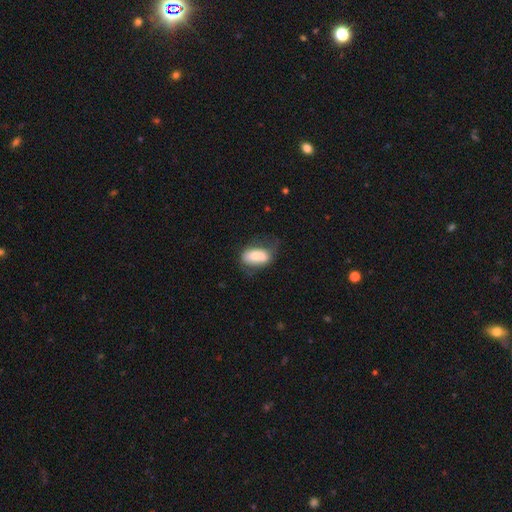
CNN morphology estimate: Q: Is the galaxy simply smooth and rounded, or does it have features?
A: smooth — 69%.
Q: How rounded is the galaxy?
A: in between — 89%.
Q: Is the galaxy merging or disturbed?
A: none — 48%.